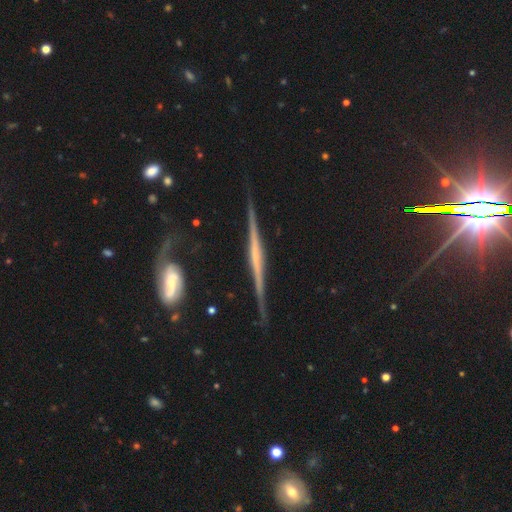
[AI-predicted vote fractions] The model was most divided on "edge-on bulge": none: 48%, rounded: 30%, boxy: 22%. More confident: edge-on disk — yes (96%); smooth or featured — featured or disk (85%); merging — none (77%).